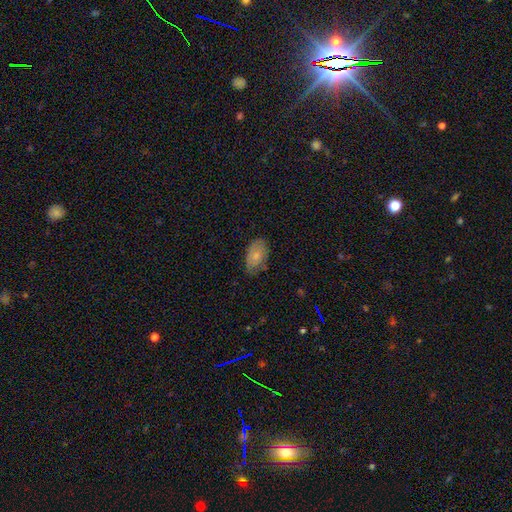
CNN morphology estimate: smooth 73%, featured or disk 20%, star or artifact 7%. Down the decision tree: how rounded — in between (92%); merging — none (67%).